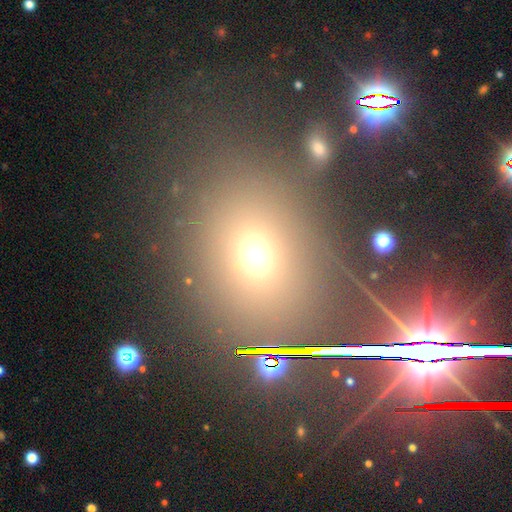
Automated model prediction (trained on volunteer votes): A smooth galaxy with no disk features (56%) that is in between round and cigar-shaped (50%).

Vote fractions:
- Smooth or featured? smooth: 56% / star or artifact: 33% / featured or disk: 11%
- How rounded? in between: 50% / round: 48% / cigar-shaped: 2%
- Merging? none: 79% / minor disturbance: 10% / major disturbance: 6% / merger: 5%